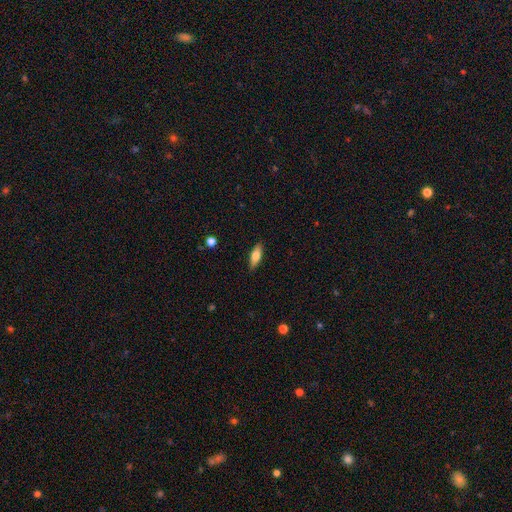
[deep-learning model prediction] Smooth or featured?
  - smooth: 71% *
  - featured or disk: 23%
  - star or artifact: 6%
How rounded?
  - in between: 66% *
  - cigar-shaped: 31%
  - round: 3%
Merging?
  - none: 88% *
  - minor disturbance: 9%
  - major disturbance: 2%
  - merger: 1%